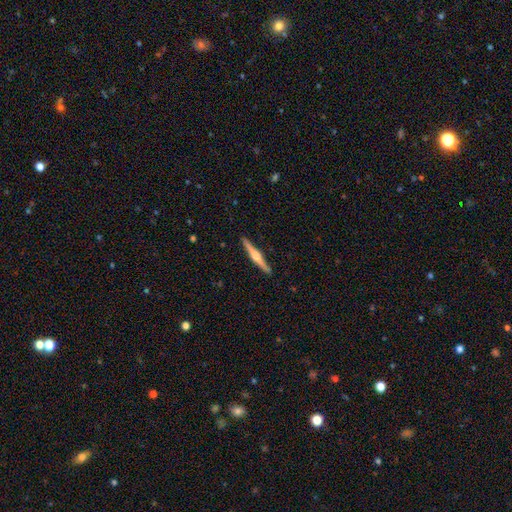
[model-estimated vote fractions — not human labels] This is likely a featured or disk galaxy (70%). It is clearly viewed edge-on (98%). Edge-on bulge: clearly rounded (84%). Merging: clearly none (91%).